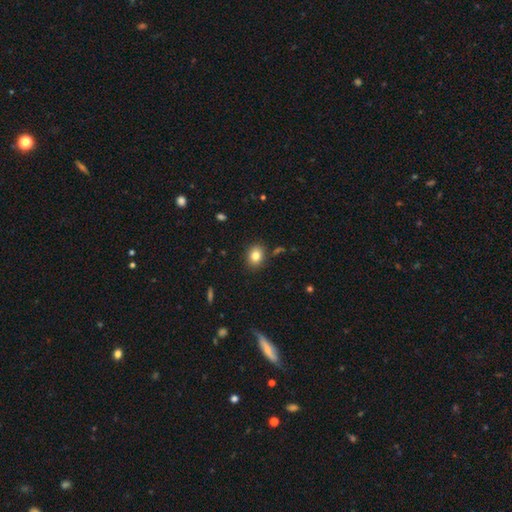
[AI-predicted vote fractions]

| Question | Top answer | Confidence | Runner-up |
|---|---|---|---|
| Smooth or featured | smooth | 82% | star or artifact (10%) |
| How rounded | in between | 52% | round (47%) |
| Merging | none | 86% | minor disturbance (9%) |